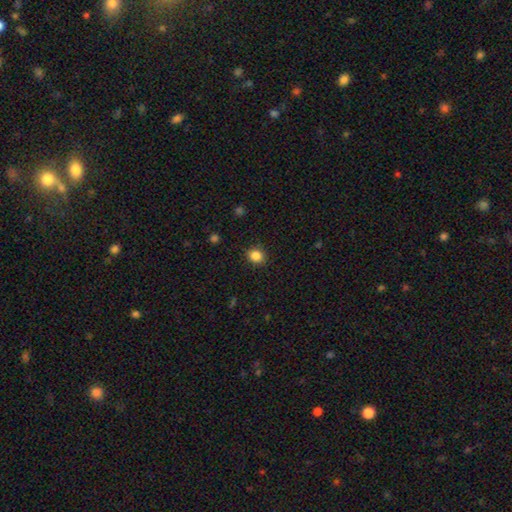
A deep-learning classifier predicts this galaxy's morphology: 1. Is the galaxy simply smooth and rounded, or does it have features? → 85% smooth, 11% star or artifact, 4% featured or disk.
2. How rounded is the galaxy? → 70% round, 29% in between, 1% cigar-shaped.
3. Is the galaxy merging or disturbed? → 88% none, 8% minor disturbance, 2% major disturbance, 1% merger.